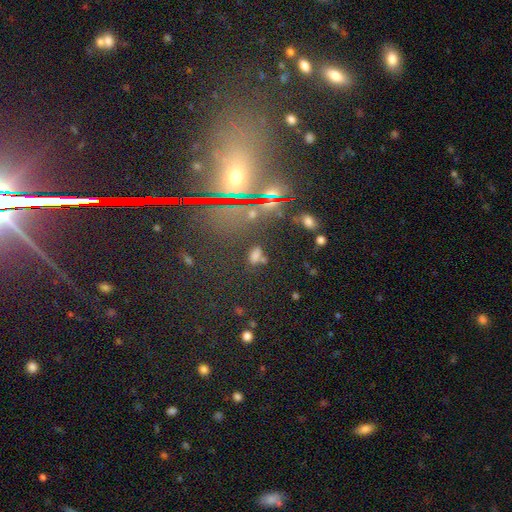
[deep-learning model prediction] A smooth galaxy with no disk features (58%) that is in between round and cigar-shaped (82%). Merging: none (63%).